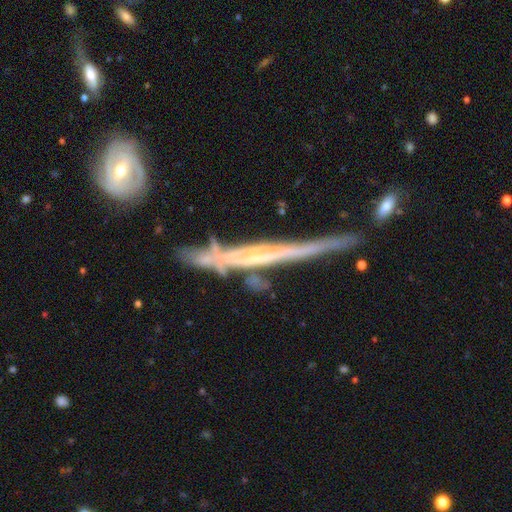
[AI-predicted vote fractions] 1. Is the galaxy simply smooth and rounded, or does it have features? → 74% featured or disk, 18% smooth, 7% star or artifact.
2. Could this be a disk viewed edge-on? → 90% yes, 10% no.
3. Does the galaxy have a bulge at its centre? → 69% none, 21% rounded, 10% boxy.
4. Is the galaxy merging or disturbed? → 55% none, 26% minor disturbance, 9% merger, 9% major disturbance.